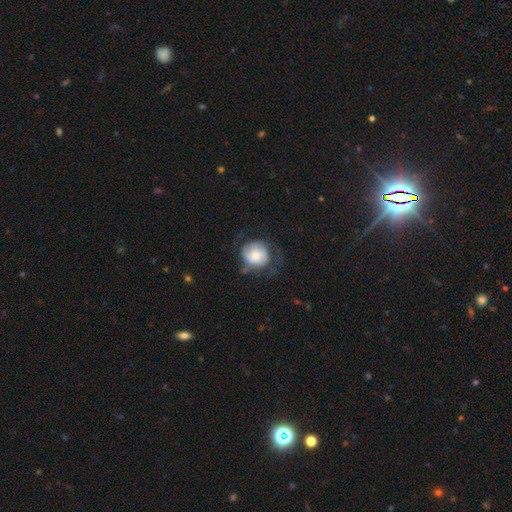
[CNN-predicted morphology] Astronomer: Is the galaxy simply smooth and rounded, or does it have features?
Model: smooth — 60%.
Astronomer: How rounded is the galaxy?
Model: round — 73%.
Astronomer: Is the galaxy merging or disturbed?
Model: none — 41% (runner-up: minor disturbance, 30%).